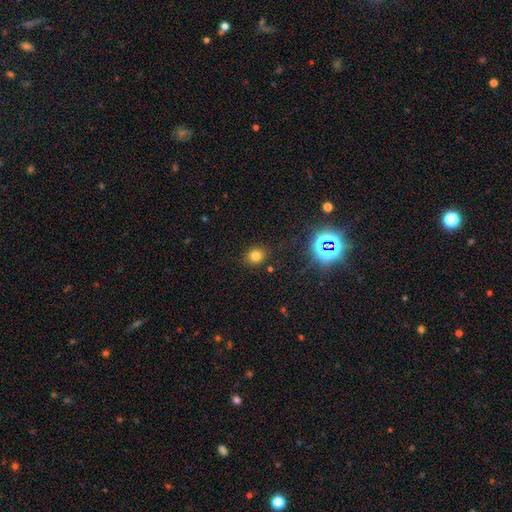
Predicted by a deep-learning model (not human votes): This appears to be a smooth galaxy with no disk features (75%) that is round (73%). Merging: none (87%).